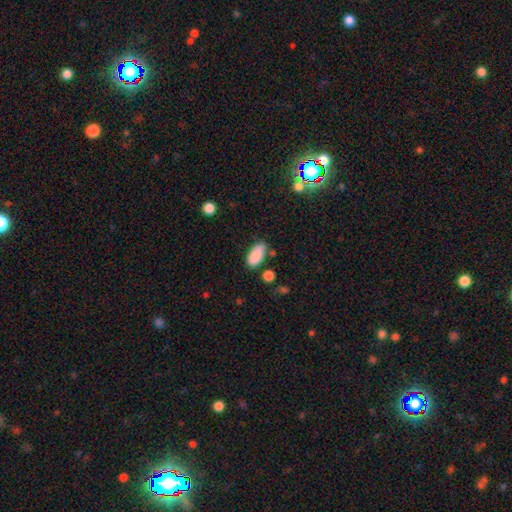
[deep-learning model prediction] smooth-or-featured: smooth: 88% | star or artifact: 8% | featured or disk: 5%
  how-rounded: in between: 90% | cigar-shaped: 7% | round: 3%
  merging: none: 66% | minor disturbance: 22% | merger: 7% | major disturbance: 5%